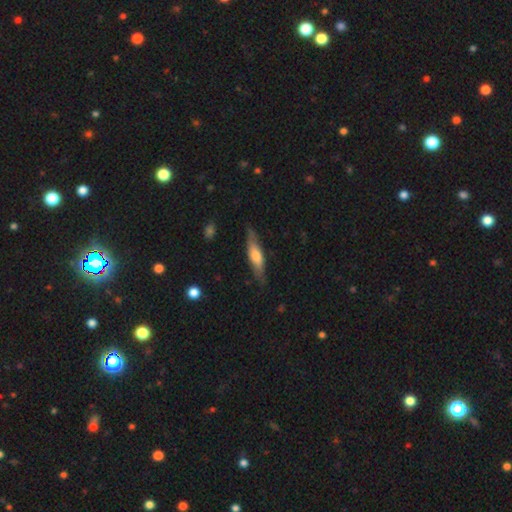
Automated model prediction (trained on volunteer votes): Overall: smooth (54%; featured or disk 41%). How rounded: cigar-shaped (70%). Merging: none (79%).